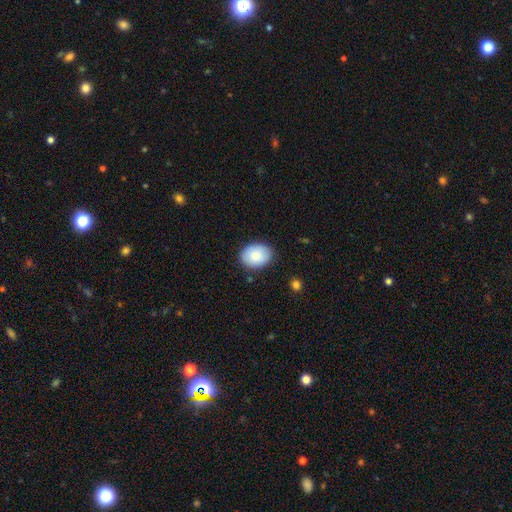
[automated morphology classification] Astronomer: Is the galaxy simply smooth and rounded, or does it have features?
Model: smooth — 84%.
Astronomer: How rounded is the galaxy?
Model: in between — 70%.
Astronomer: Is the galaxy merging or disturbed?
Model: none — 85%.